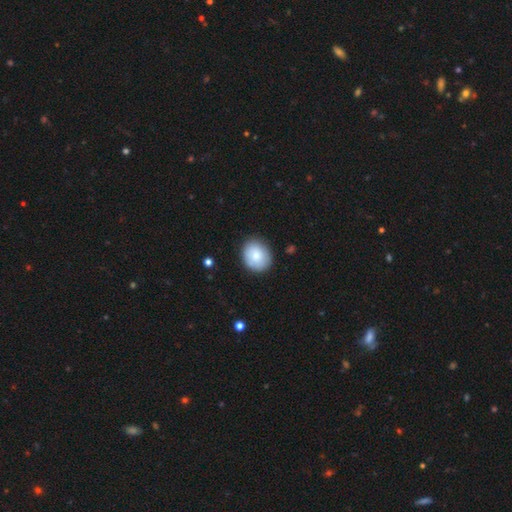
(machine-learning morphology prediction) smooth 81%, featured or disk 12%, star or artifact 7%. Down the decision tree: how rounded — round (63%); merging — none (84%).